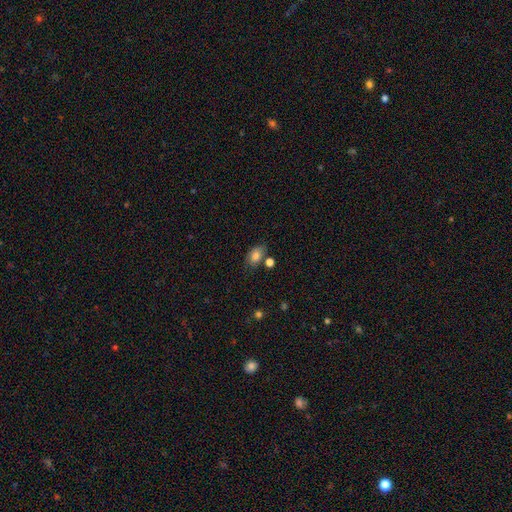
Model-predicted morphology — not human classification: Smooth or featured? Predicted: smooth (p=0.80). How rounded? Predicted: in between (p=0.84). Merging? Predicted: none (p=0.63).